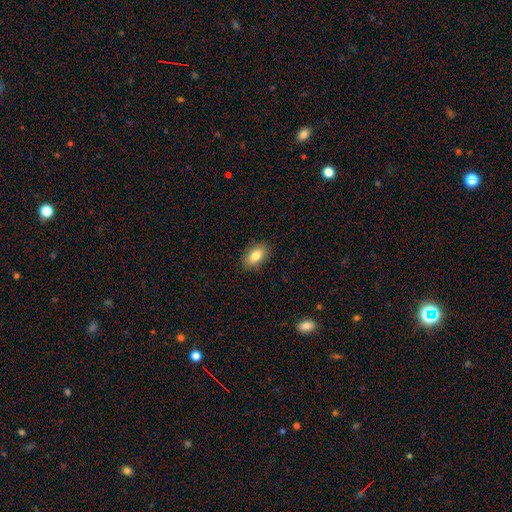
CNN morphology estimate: This appears to be a smooth galaxy with no disk features (82%) that is in between round and cigar-shaped (90%). Merging: none (88%).